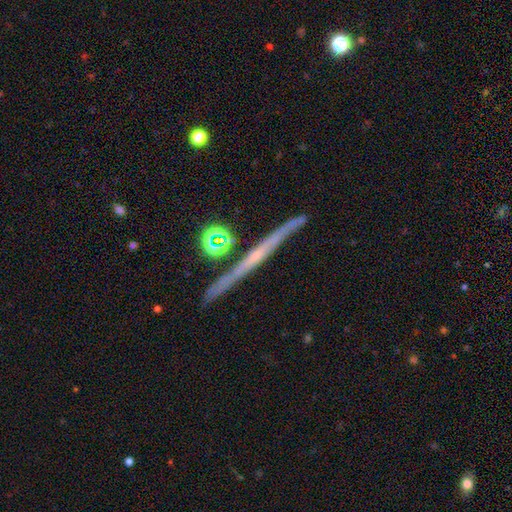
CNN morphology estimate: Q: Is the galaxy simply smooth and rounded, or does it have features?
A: featured or disk — 73%.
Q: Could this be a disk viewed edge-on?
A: yes — 96%.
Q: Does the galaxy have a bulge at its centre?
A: none — 52%.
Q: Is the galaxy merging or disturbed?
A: none — 85%.